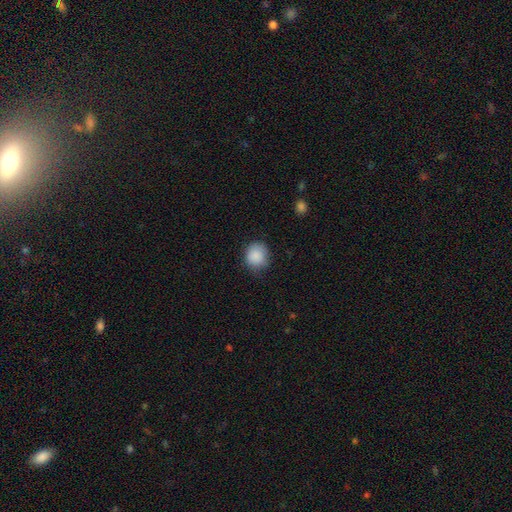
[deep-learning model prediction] This is clearly a smooth galaxy (88%). How rounded: likely round (77%). Merging: likely none (72%).